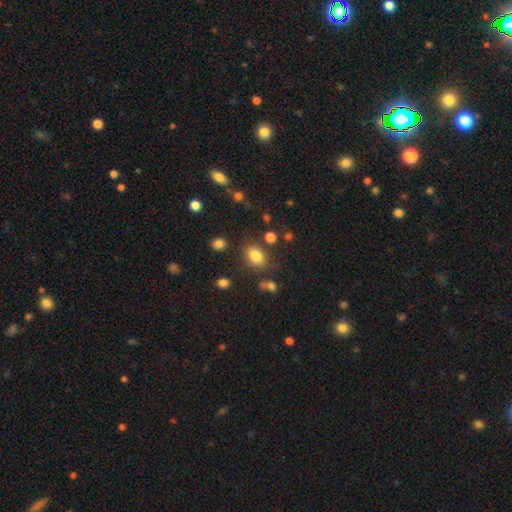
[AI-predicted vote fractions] A smooth galaxy with no disk features (82%) that is in between round and cigar-shaped (66%). Merging: none (74%).